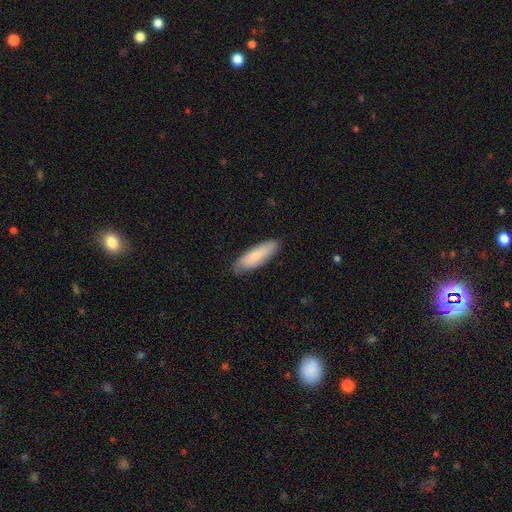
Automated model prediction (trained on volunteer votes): Smooth or featured: smooth — 77% (featured or disk — 17%)
How rounded: cigar-shaped — 50% (in between — 48%)
Merging: none — 82% (minor disturbance — 15%)